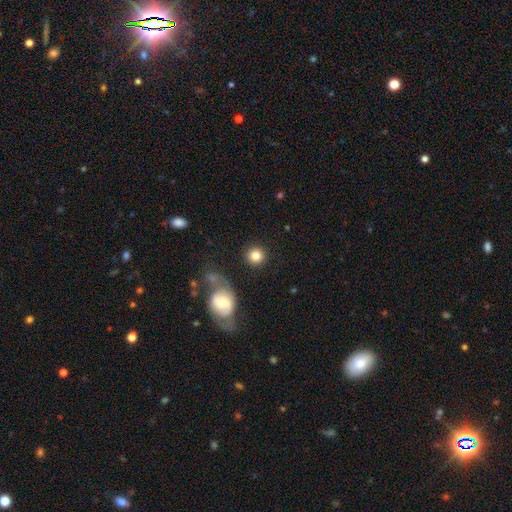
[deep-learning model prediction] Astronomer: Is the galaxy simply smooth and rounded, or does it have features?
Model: smooth — 82%.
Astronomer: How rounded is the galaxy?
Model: round — 93%.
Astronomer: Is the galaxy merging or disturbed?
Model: none — 85%.